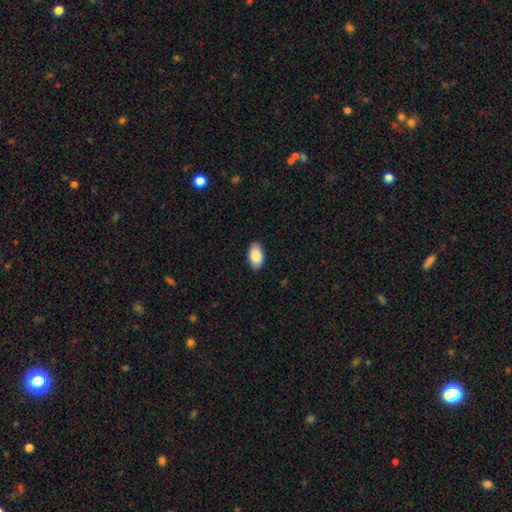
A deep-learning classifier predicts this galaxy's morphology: This appears to be a smooth galaxy with no disk features (90%) that is in between round and cigar-shaped (95%). Merging: none (88%).